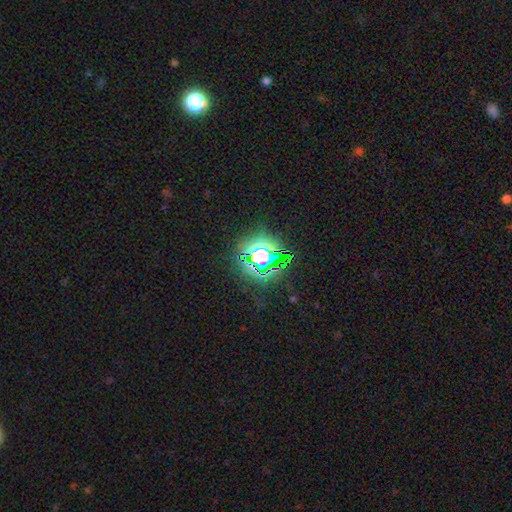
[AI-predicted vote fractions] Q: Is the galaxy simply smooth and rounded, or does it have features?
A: star or artifact — 72%.